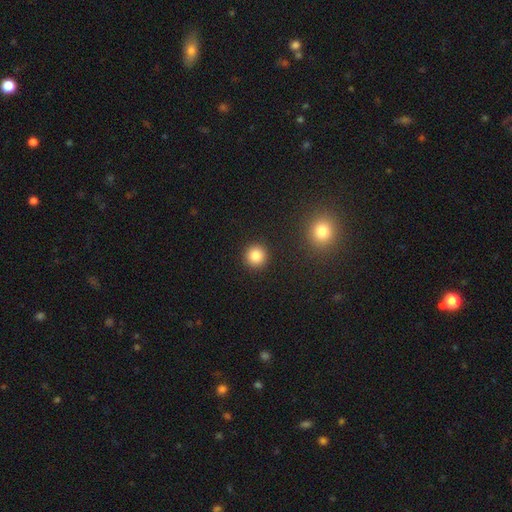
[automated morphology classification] Smooth or featured? Predicted: smooth (p=0.84). How rounded? Predicted: round (p=0.95). Merging? Predicted: none (p=0.92).